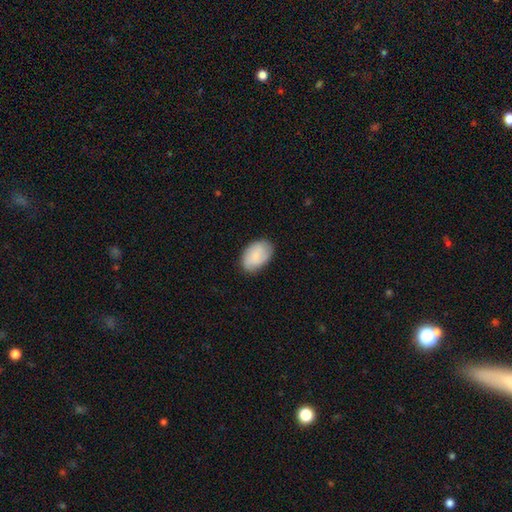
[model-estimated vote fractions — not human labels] smooth-or-featured: smooth: 80% | featured or disk: 14% | star or artifact: 6%
  how-rounded: in between: 90% | round: 9% | cigar-shaped: 1%
  merging: none: 78% | minor disturbance: 18% | major disturbance: 3% | merger: 1%